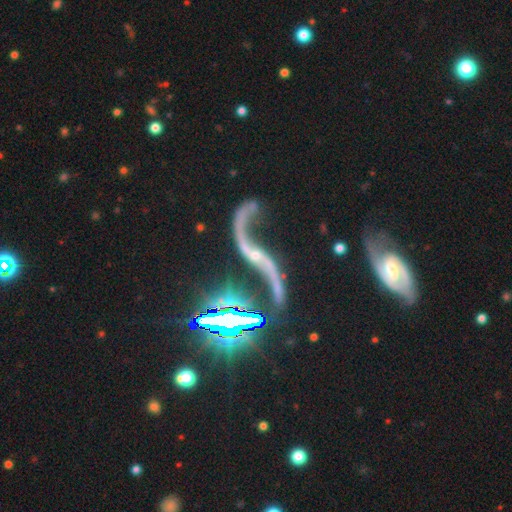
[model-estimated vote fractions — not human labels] smooth_or_featured: featured or disk (p=0.85) [alt: star or artifact p=0.11]
disk_edge_on: no (p=0.92) [alt: yes p=0.08]
bar: no (p=0.50) [alt: weak p=0.26]
has_spiral_arms: yes (p=0.95) [alt: no p=0.05]
spiral_winding: loose (p=0.95) [alt: medium p=0.03]
spiral_arm_count: 2 (p=0.93) [alt: 1 p=0.03]
bulge_size: small (p=0.72) [alt: moderate p=0.16]
merging: none (p=0.56) [alt: minor disturbance p=0.17]